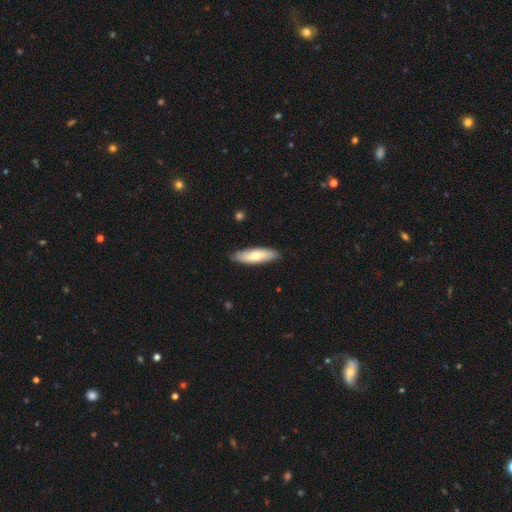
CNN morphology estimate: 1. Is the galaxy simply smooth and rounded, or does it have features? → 69% smooth, 26% featured or disk, 5% star or artifact.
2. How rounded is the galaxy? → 57% cigar-shaped, 42% in between, 2% round.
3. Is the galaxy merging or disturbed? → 89% none, 8% minor disturbance, 1% major disturbance, 1% merger.